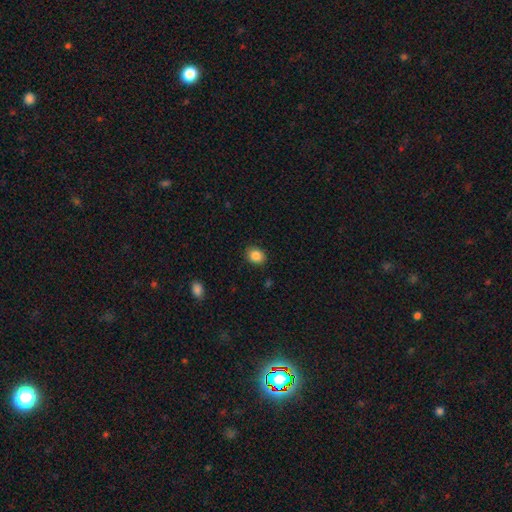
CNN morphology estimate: Smooth or featured? smooth (86%)
How rounded? round (56%)
Merging? none (87%)